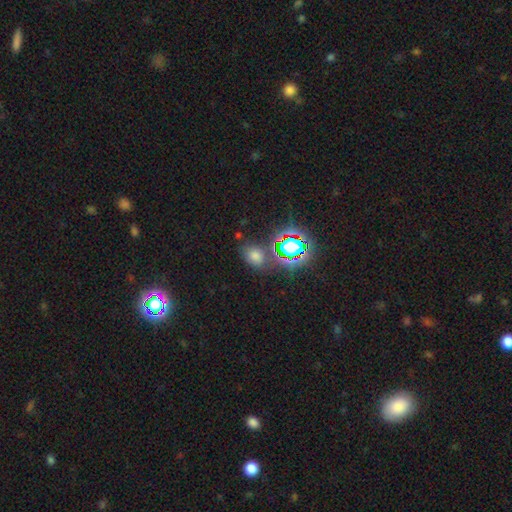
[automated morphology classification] The model was most divided on "how rounded": in between: 57%, round: 41%, cigar-shaped: 2%. More confident: merging — none (76%); smooth or featured — smooth (57%).